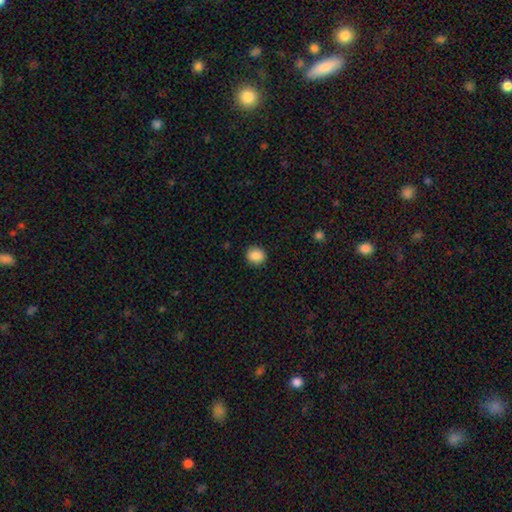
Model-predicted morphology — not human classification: Smooth or featured: smooth — 88% (star or artifact — 9%)
How rounded: round — 81% (in between — 18%)
Merging: none — 91% (minor disturbance — 6%)